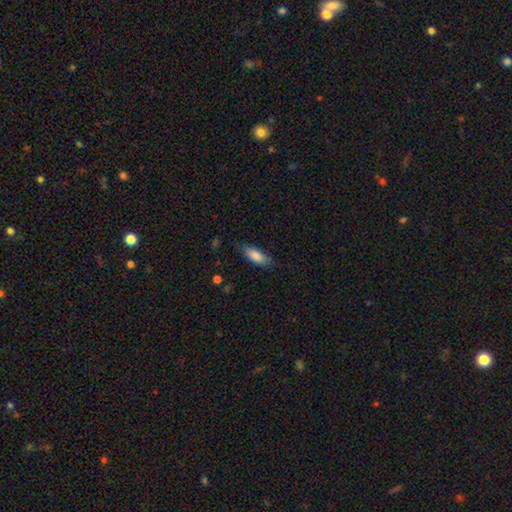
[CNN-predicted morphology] smooth-or-featured: smooth: 85% | featured or disk: 9% | star or artifact: 6%
  how-rounded: in between: 76% | cigar-shaped: 22% | round: 2%
  merging: none: 78% | minor disturbance: 17% | major disturbance: 4% | merger: 1%